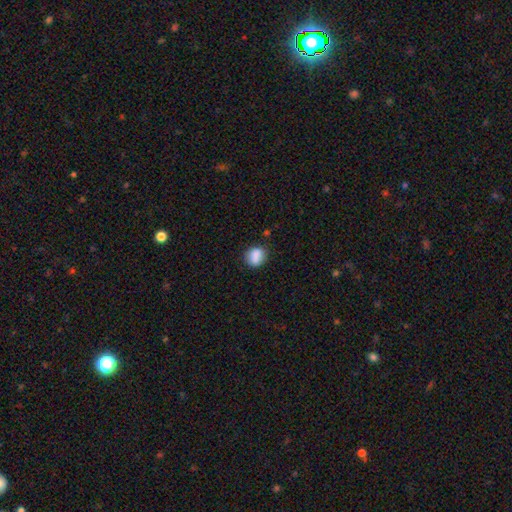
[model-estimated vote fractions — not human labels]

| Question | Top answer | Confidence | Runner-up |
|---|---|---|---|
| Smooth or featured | smooth | 83% | star or artifact (9%) |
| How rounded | round | 59% | in between (39%) |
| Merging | none | 68% | minor disturbance (19%) |